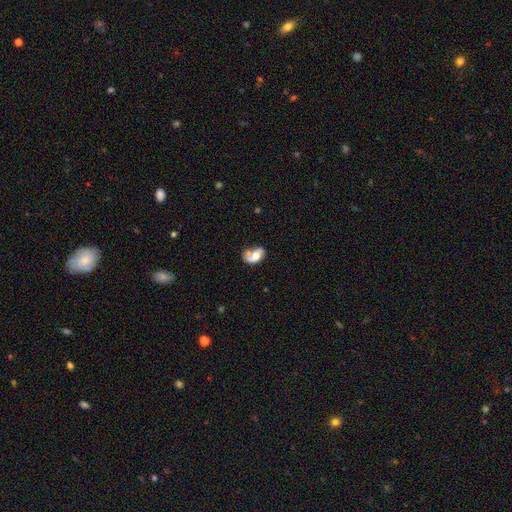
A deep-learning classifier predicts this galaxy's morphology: This is possibly a featured or disk galaxy (52%). It is clearly not viewed edge-on (97%). Bar: likely no (77%). Spiral arm pattern: possibly yes (60%). Central bulge: possibly moderate (52%). Merging: marginally merger (33%).